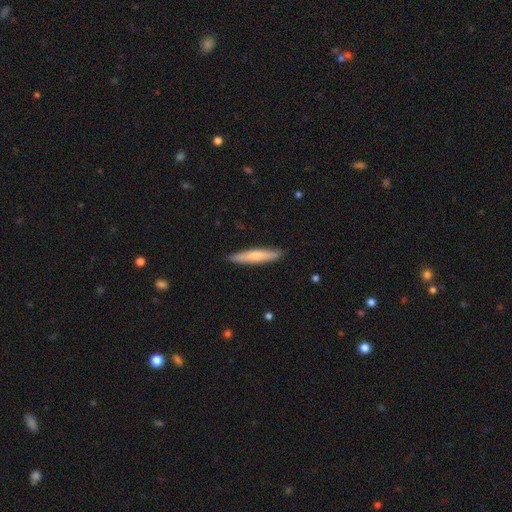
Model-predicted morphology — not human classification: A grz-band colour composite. It shows a smooth galaxy with no disk features (66%) that is cigar-shaped (89%). Merging: none (89%).